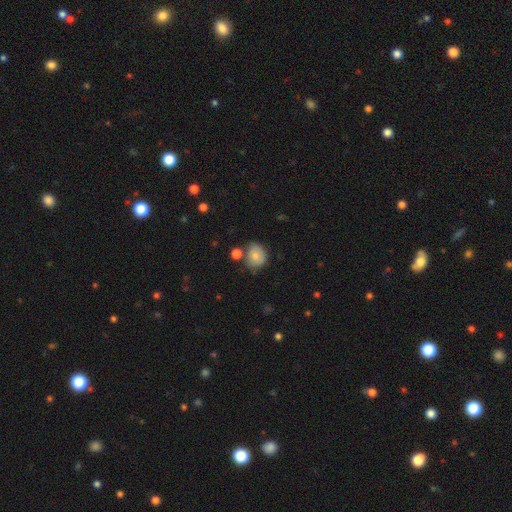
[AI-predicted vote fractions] This is likely a smooth galaxy (77%). How rounded: likely round (66%). Merging: possibly none (60%).